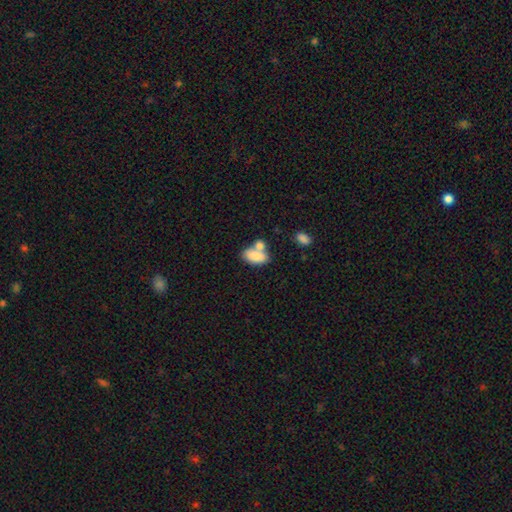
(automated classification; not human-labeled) Overall: smooth (82%). How rounded: in between (92%). Merging: merger (47%; none 37%).